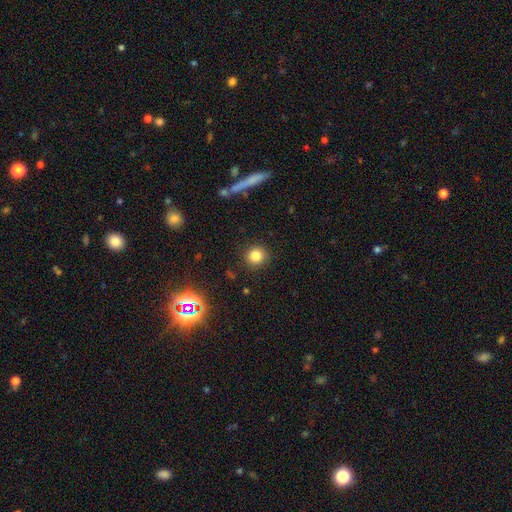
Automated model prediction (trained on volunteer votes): This appears to be a smooth galaxy with no disk features (82%) that is round (92%). Merging: none (89%).